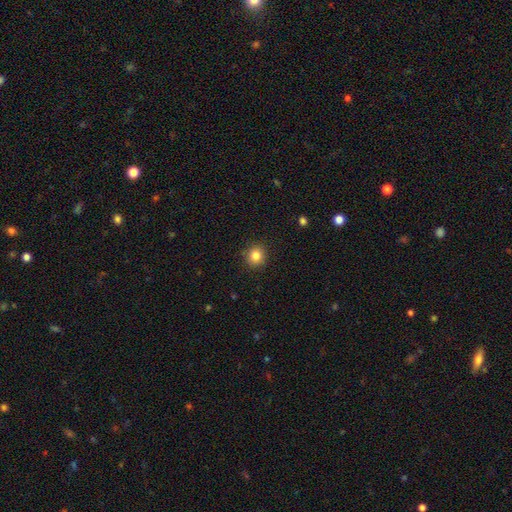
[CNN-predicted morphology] smooth 84%, star or artifact 11%, featured or disk 5%. Down the decision tree: how rounded — round (87%); merging — none (90%).